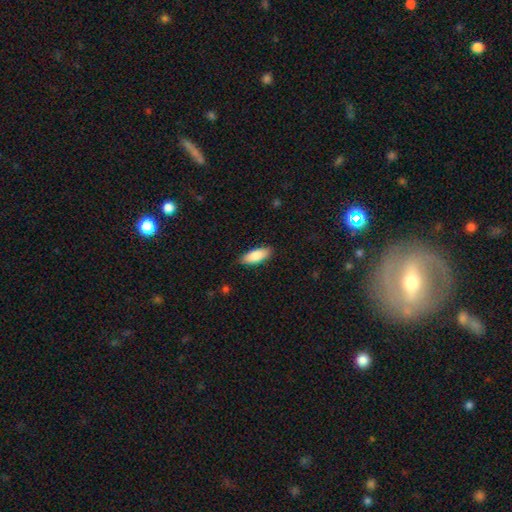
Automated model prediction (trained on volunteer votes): Smooth or featured: smooth — 87% (featured or disk — 8%)
How rounded: in between — 78% (cigar-shaped — 20%)
Merging: none — 85% (minor disturbance — 12%)